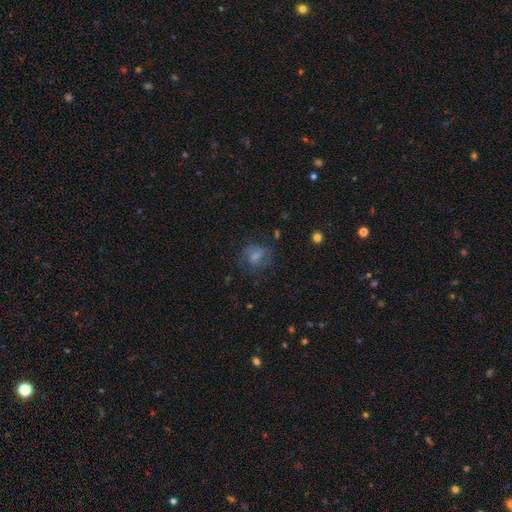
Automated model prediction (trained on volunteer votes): A smooth galaxy with no disk features (58%) that is round (56%). Merging: none (52%).